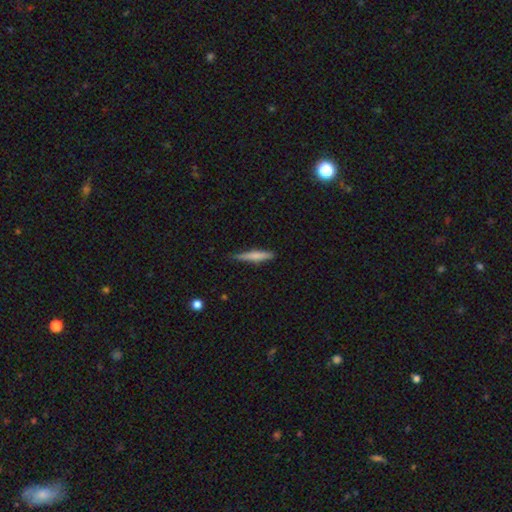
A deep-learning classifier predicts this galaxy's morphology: type=smooth (65%); roundness=cigar-shaped (92%); merging=none (80%).